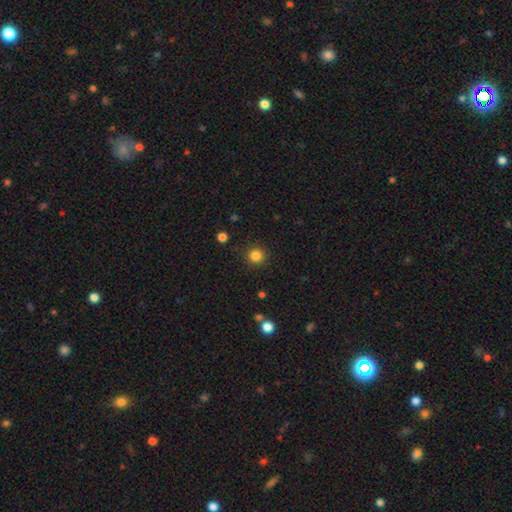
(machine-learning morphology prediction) This appears to be a smooth galaxy with no disk features (84%) that is round (95%). Merging: none (91%).